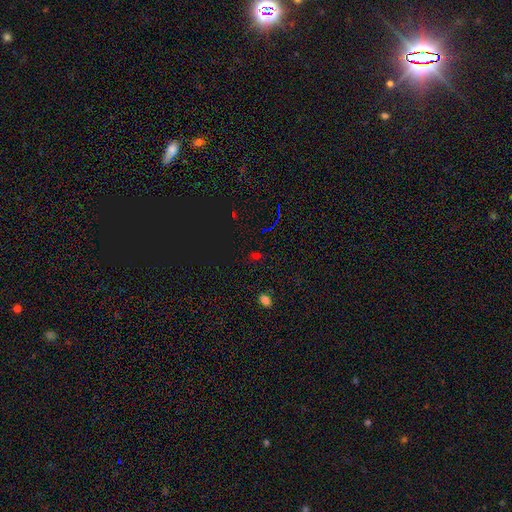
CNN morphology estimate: This is possibly a star or artifact rather than a galaxy (58%).